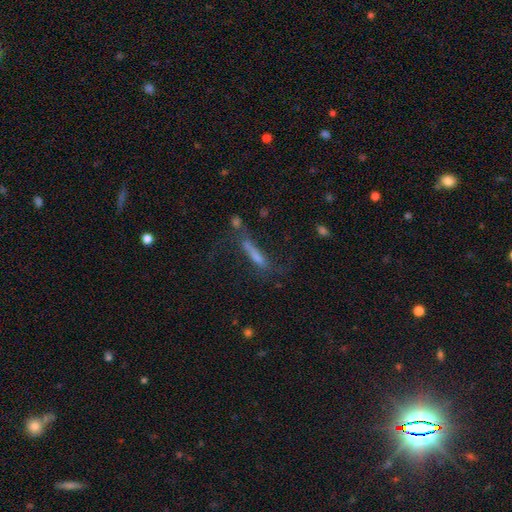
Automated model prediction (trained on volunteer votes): A smooth galaxy with no disk features (43%). Merging: none (47%).